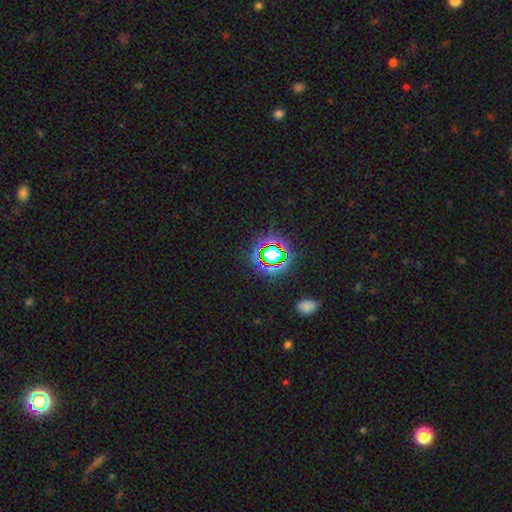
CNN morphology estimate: type=star or artifact (74%).